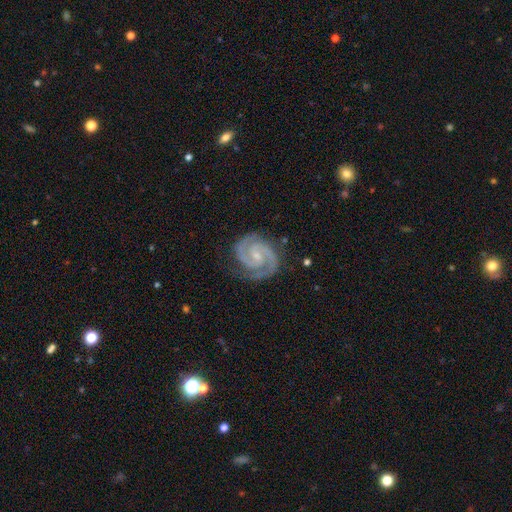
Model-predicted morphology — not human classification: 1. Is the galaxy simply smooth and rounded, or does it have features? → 94% featured or disk, 4% star or artifact, 2% smooth.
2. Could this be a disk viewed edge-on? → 98% no, 2% yes.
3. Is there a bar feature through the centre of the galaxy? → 46% no, 41% weak, 13% strong.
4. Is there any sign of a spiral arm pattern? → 99% yes, 1% no.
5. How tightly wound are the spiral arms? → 58% tight, 38% medium, 3% loose.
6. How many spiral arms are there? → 92% 2, 4% 3, 2% can't tell, 1% 1, 1% 4, 1% more than 4.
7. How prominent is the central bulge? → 67% small, 22% moderate, 8% none, 1% large, 1% dominant.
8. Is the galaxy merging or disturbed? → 82% none, 13% minor disturbance, 3% major disturbance, 1% merger.